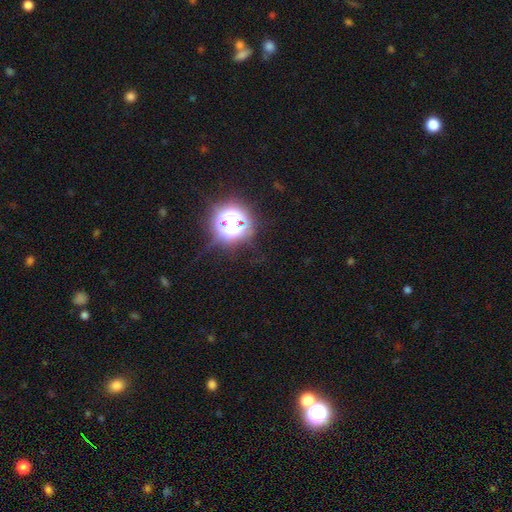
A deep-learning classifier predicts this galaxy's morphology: star or artifact 80%, smooth 13%, featured or disk 7%.